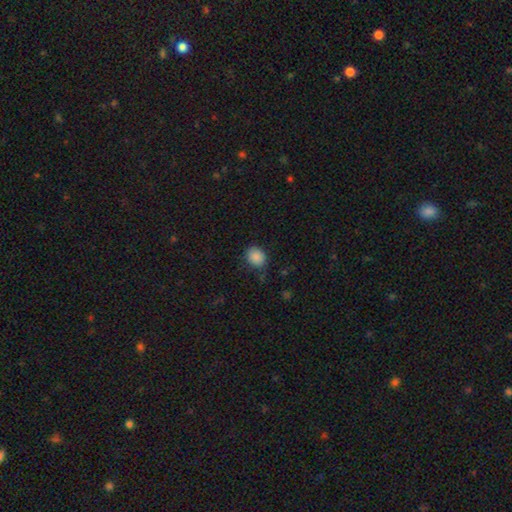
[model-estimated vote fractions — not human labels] Smooth or featured: smooth — 87% (star or artifact — 9%)
How rounded: round — 56% (in between — 43%)
Merging: none — 78% (minor disturbance — 16%)